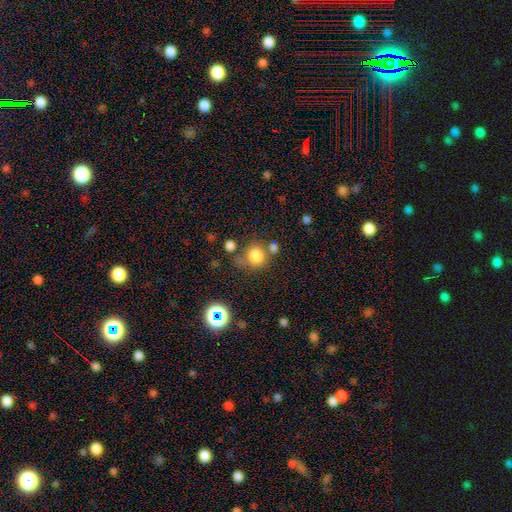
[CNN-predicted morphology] Smooth or featured? Predicted: smooth (p=0.79). How rounded? Predicted: round (p=0.85). Merging? Predicted: none (p=0.63).